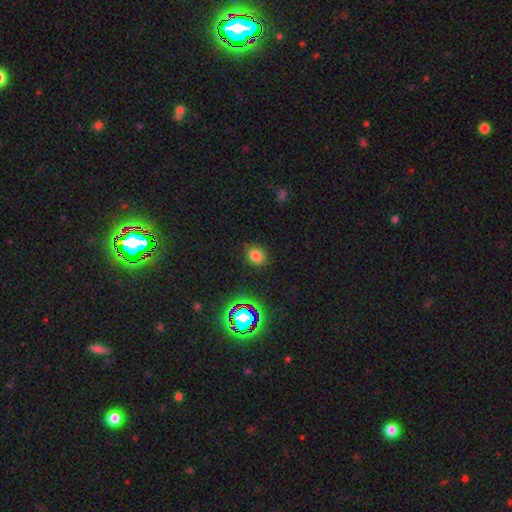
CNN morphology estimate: smooth 75%, star or artifact 18%, featured or disk 7%. Down the decision tree: how rounded — round (55%); merging — none (83%).